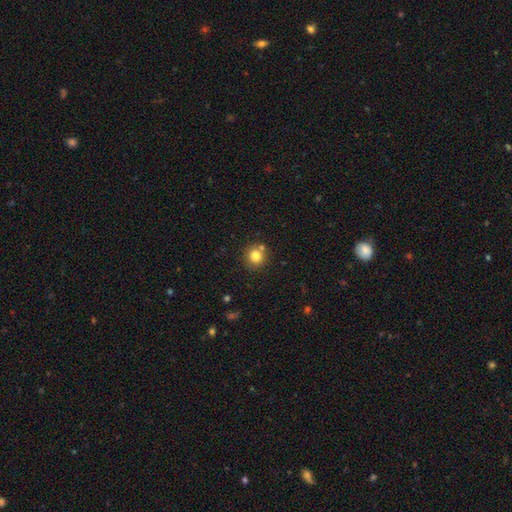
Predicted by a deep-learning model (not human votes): smooth-or-featured: smooth: 80% | star or artifact: 12% | featured or disk: 9%
  how-rounded: round: 89% | in between: 10% | cigar-shaped: 1%
  merging: none: 75% | merger: 13% | minor disturbance: 9% | major disturbance: 3%